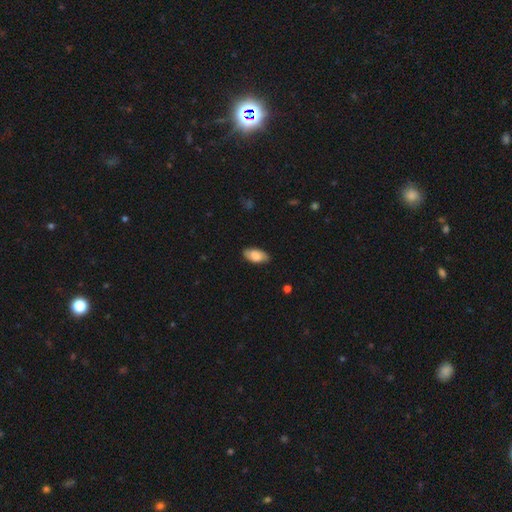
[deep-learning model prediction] The model was most divided on "smooth or featured": smooth: 75%, featured or disk: 19%, star or artifact: 7%. More confident: how rounded — in between (93%); merging — none (83%).